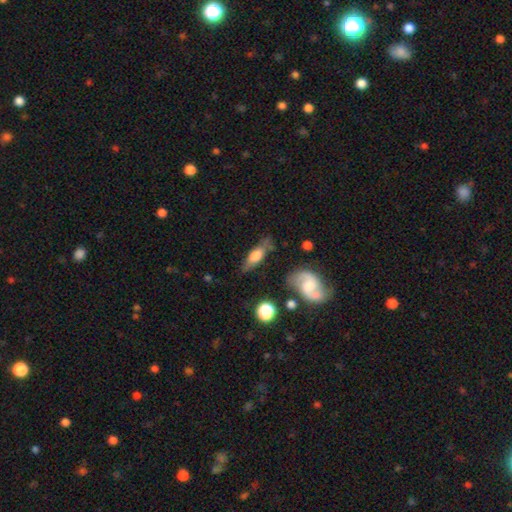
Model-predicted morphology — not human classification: type=smooth (52%); roundness=in between (58%); merging=none (66%).